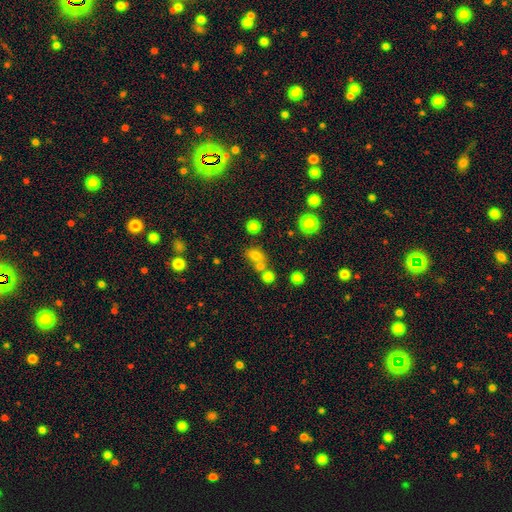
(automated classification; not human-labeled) Smooth or featured?
  - smooth: 71% *
  - star or artifact: 19%
  - featured or disk: 10%
How rounded?
  - round: 50% *
  - in between: 49%
  - cigar-shaped: 2%
Merging?
  - none: 49% *
  - merger: 35%
  - minor disturbance: 11%
  - major disturbance: 6%